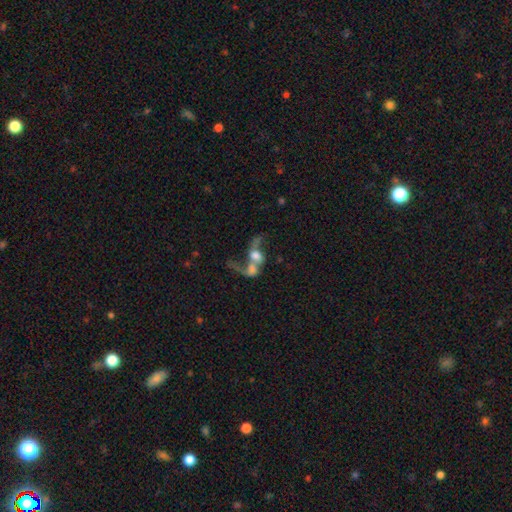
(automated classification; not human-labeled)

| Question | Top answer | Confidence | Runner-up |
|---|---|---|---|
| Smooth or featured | featured or disk | 56% | smooth (33%) |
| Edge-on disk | no | 95% | yes (5%) |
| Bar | no | 67% | weak (24%) |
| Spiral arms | yes | 63% | no (37%) |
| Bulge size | large | 32% | moderate (29%) |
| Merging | merger | 73% | major disturbance (14%) |